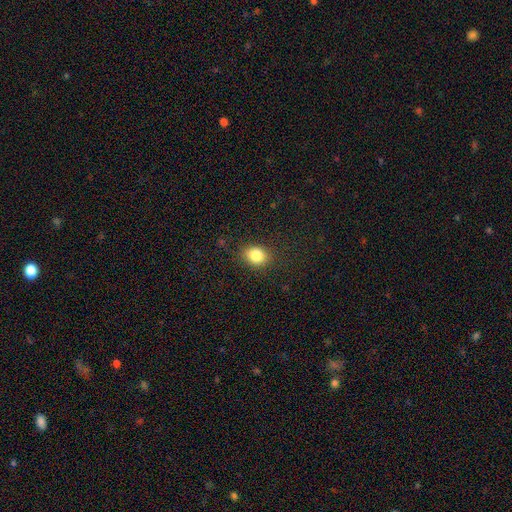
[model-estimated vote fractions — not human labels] This appears to be a smooth galaxy with no disk features (85%) that is in between round and cigar-shaped (51%). Merging: none (84%).